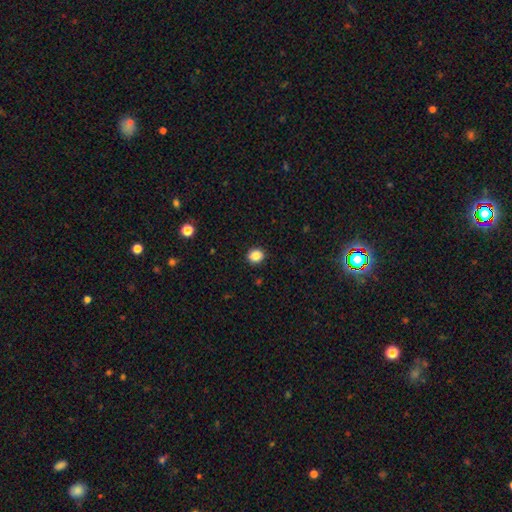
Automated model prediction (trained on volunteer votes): smooth 86%, star or artifact 10%, featured or disk 4%. Down the decision tree: how rounded — round (79%); merging — none (91%).